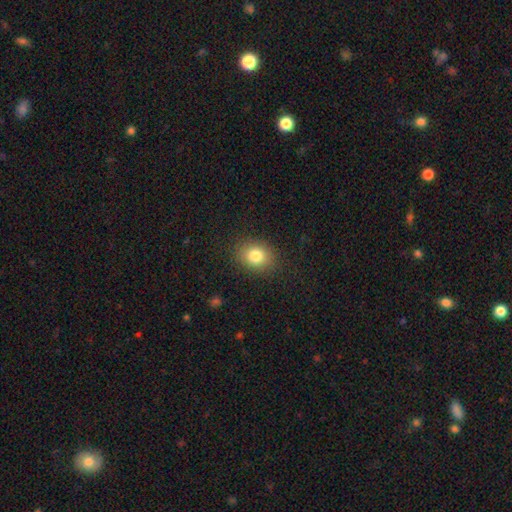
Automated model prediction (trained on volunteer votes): smooth 81%, star or artifact 11%, featured or disk 8%. Down the decision tree: how rounded — round (52%); merging — none (87%).